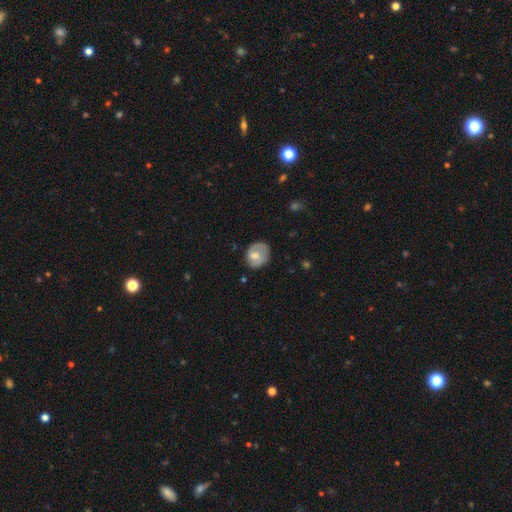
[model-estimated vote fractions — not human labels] This appears to be a smooth galaxy with no disk features (50%). Merging: none (68%).